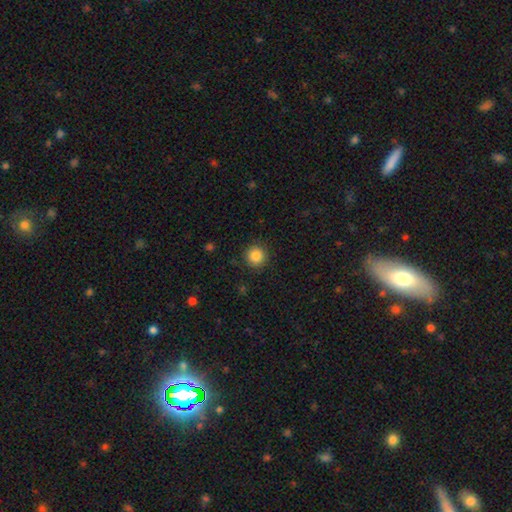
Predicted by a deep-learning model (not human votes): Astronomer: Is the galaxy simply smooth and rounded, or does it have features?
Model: smooth — 85%.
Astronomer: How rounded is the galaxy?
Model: round — 94%.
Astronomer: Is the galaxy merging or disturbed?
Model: none — 90%.